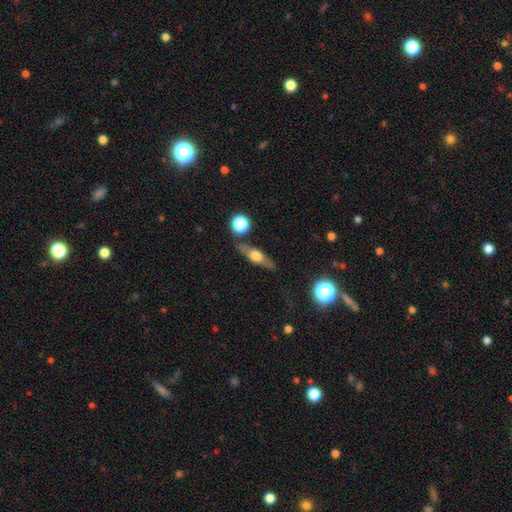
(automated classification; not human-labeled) featured or disk 54%, smooth 39%, star or artifact 8%. Down the decision tree: edge-on disk — yes (87%); merging — none (78%).